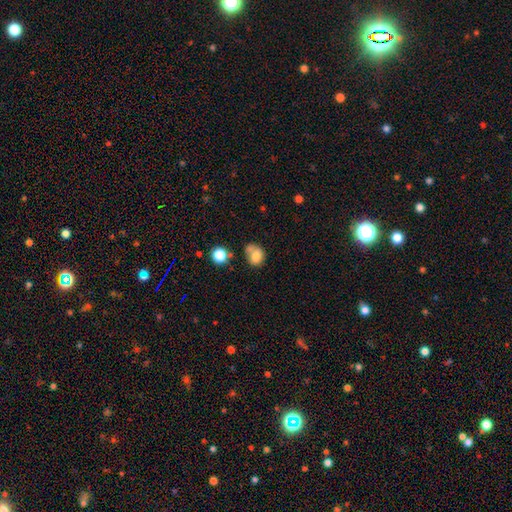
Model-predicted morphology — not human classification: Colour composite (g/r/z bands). It shows a smooth galaxy with no disk features (77%) that is round (52%). Merging: none (38%).